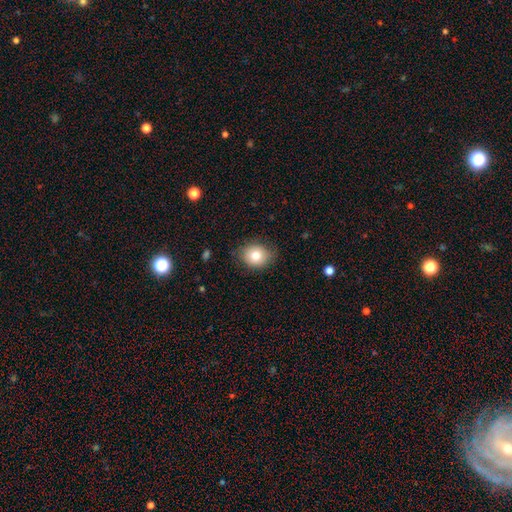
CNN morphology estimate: A smooth galaxy with no disk features (78%) that is round (63%). Merging: none (80%).